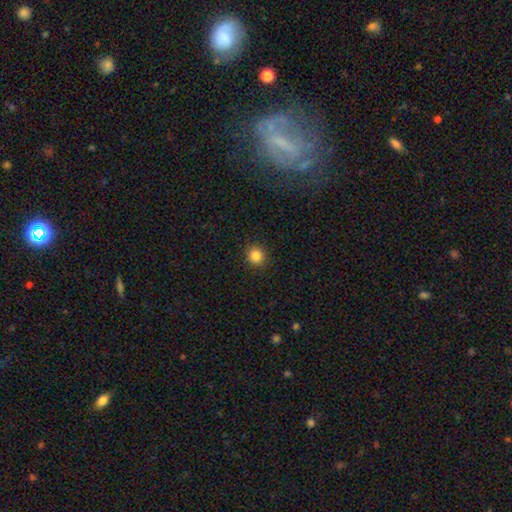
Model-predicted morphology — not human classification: This appears to be a smooth galaxy with no disk features (84%) that is round (92%). Merging: none (92%).